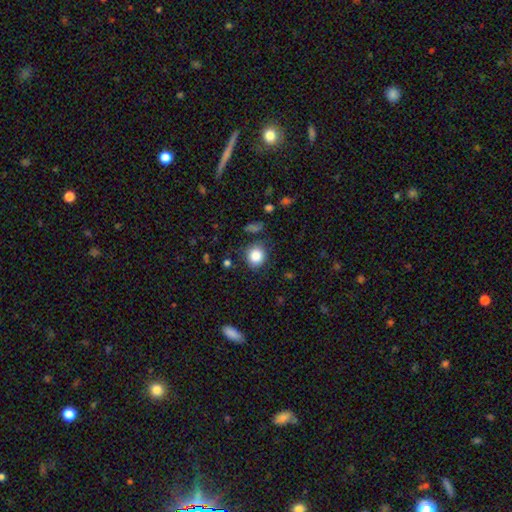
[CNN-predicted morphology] smooth 85%, star or artifact 9%, featured or disk 5%. Down the decision tree: how rounded — round (84%); merging — none (80%).